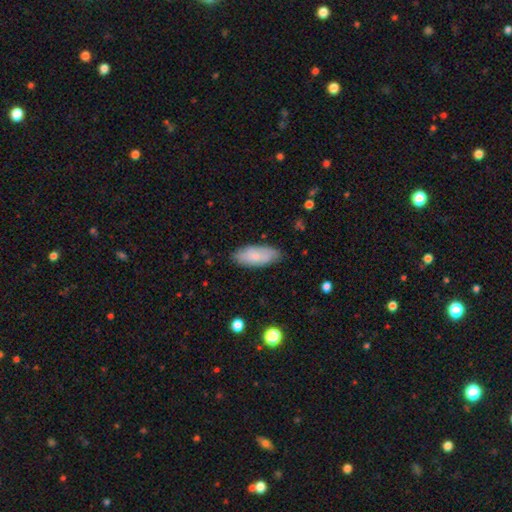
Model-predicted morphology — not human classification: Smooth or featured?
  - smooth: 72% *
  - featured or disk: 22%
  - star or artifact: 6%
How rounded?
  - in between: 83% *
  - cigar-shaped: 15%
  - round: 2%
Merging?
  - none: 81% *
  - minor disturbance: 15%
  - major disturbance: 3%
  - merger: 1%